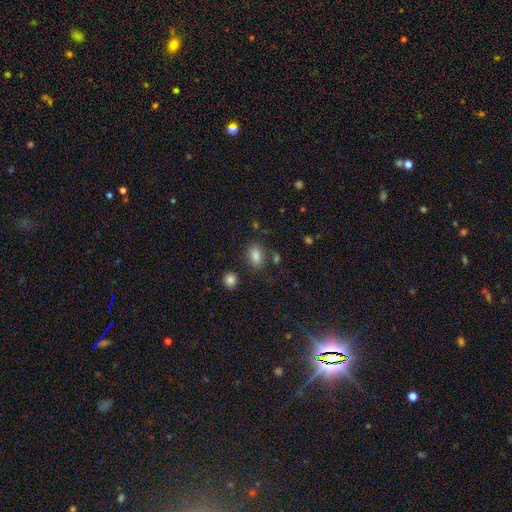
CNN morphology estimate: smooth 84%, star or artifact 11%, featured or disk 5%. Down the decision tree: how rounded — in between (84%); merging — none (79%).